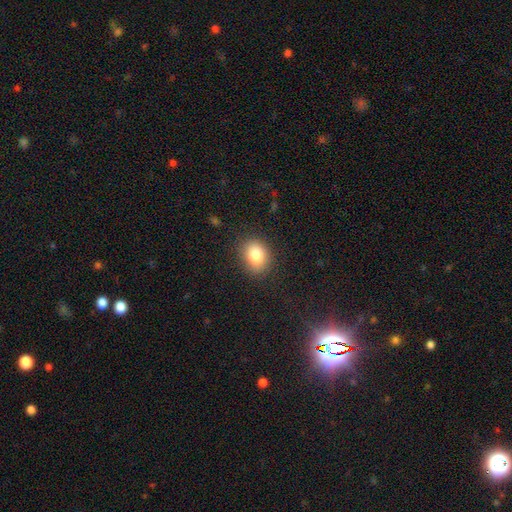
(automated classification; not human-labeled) smooth 82%, star or artifact 10%, featured or disk 8%. Down the decision tree: how rounded — in between (59%); merging — none (85%).